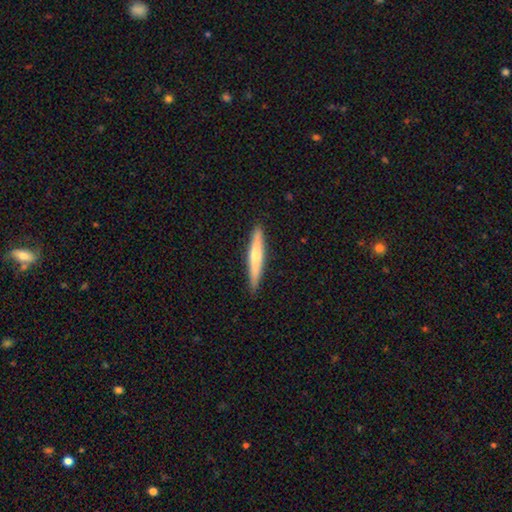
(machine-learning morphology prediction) This appears to be a smooth galaxy with no disk features (52%) that is cigar-shaped (94%). Merging: none (91%).